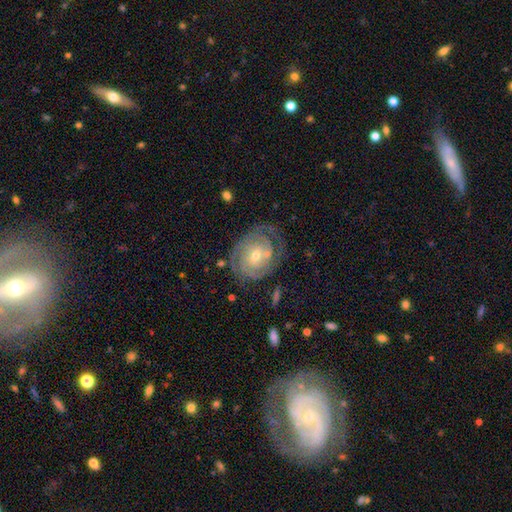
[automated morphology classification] smooth-or-featured: featured or disk: 86% | smooth: 9% | star or artifact: 6%
  disk-edge-on: no: 97% | yes: 3%
    bar: no: 69% | weak: 24% | strong: 6%
    has-spiral-arms: yes: 95% | no: 5%
      spiral-winding: tight: 76% | medium: 19% | loose: 5%
      spiral-arm-count: 2: 36% | can't tell: 28% | 3: 19% | 4: 7% | 1: 6% | more than 4: 4%
    bulge-size: small: 56% | moderate: 41% | large: 2% | none: 1% | dominant: 1%
  merging: none: 67% | minor disturbance: 18% | major disturbance: 10% | merger: 5%